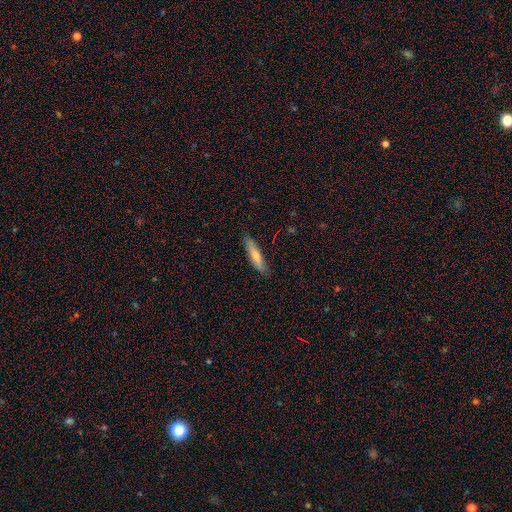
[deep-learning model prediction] Morphology: type=smooth (58%); roundness=cigar-shaped (78%); merging=none (85%).